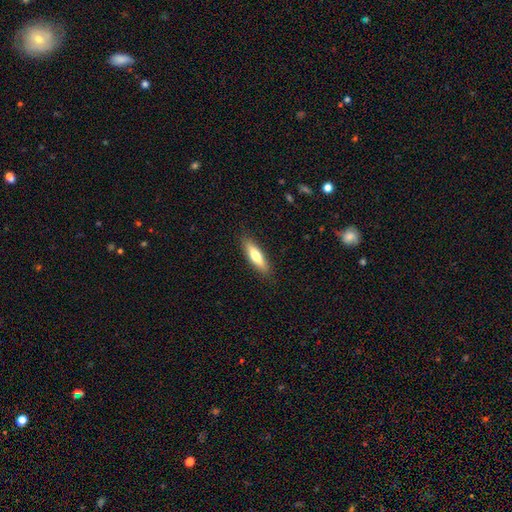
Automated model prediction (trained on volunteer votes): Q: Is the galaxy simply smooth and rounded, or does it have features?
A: smooth — 66%.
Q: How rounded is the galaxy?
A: cigar-shaped — 66%.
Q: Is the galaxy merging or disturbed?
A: none — 88%.